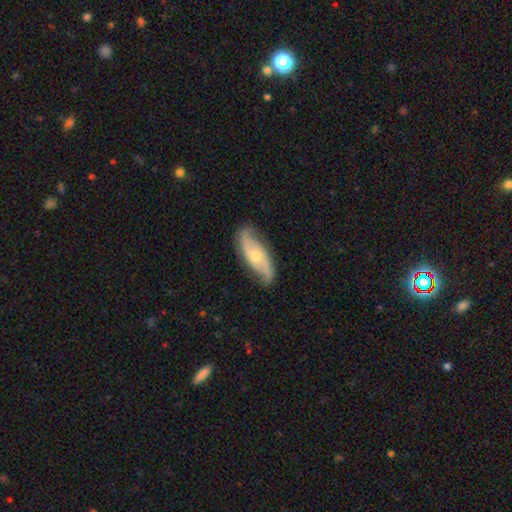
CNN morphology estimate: type=featured or disk (81%); edge-on=no (92%); bar=no (63%); spiral arms=yes (95%); winding=loose (52%); arm count=2 (90%); bulge=small (58%); merging=none (79%).